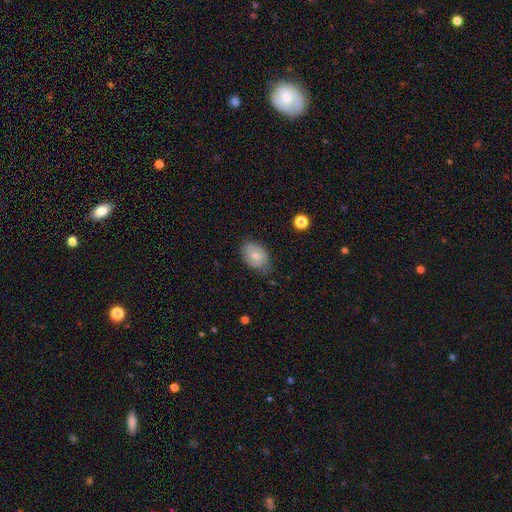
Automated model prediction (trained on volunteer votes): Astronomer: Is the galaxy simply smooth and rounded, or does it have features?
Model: smooth — 65%.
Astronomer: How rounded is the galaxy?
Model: in between — 78%.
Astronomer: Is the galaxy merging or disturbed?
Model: none — 69%.